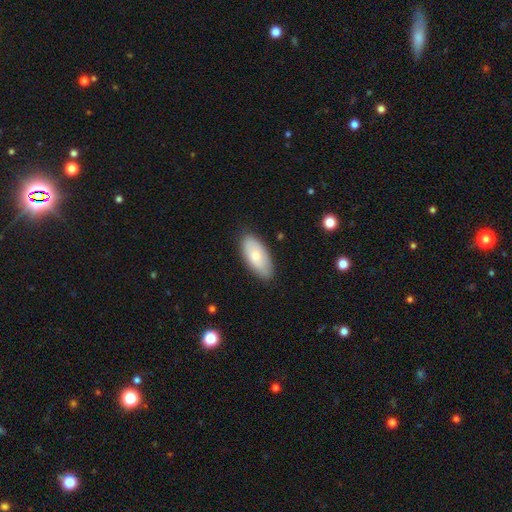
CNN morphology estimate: Smooth or featured? Predicted: smooth (p=0.70). How rounded? Predicted: in between (p=0.91). Merging? Predicted: none (p=0.85).